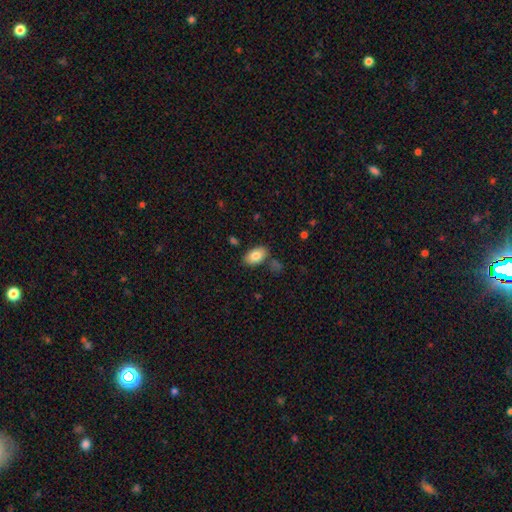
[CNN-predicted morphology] Smooth or featured? smooth (83%)
How rounded? in between (94%)
Merging? none (80%)